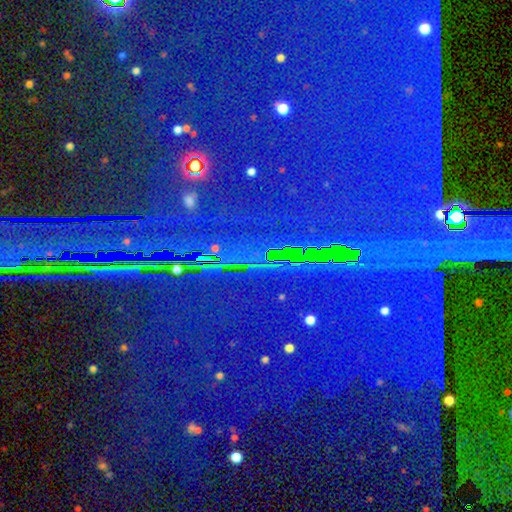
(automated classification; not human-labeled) smooth-or-featured: star or artifact: 85% | featured or disk: 8% | smooth: 7%